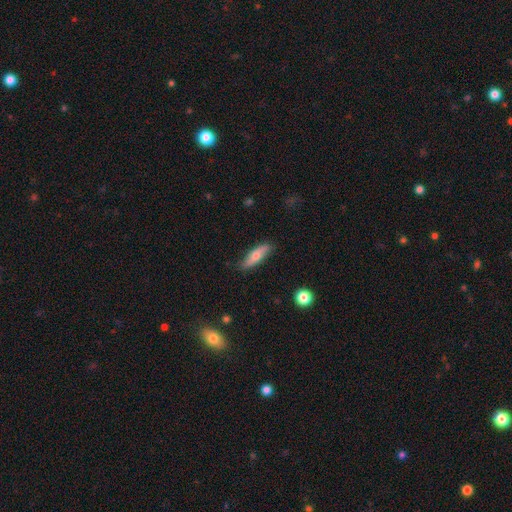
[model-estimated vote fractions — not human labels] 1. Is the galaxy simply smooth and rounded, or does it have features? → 59% smooth, 35% featured or disk, 6% star or artifact.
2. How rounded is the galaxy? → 61% cigar-shaped, 36% in between, 3% round.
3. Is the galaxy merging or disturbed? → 82% none, 14% minor disturbance, 2% major disturbance, 1% merger.